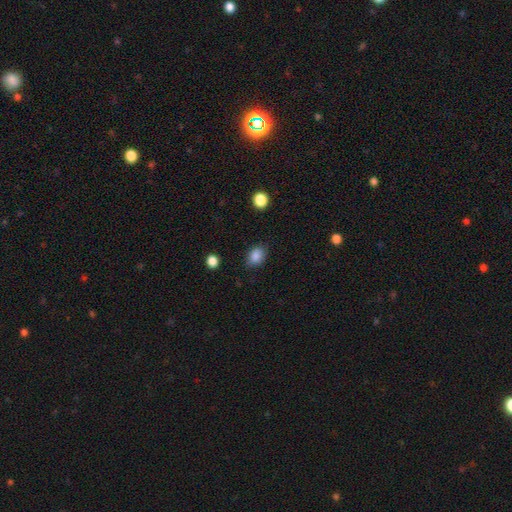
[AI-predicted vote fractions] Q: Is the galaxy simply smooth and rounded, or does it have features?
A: smooth — 87%.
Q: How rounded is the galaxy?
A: in between — 67%.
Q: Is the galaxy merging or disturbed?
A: none — 82%.